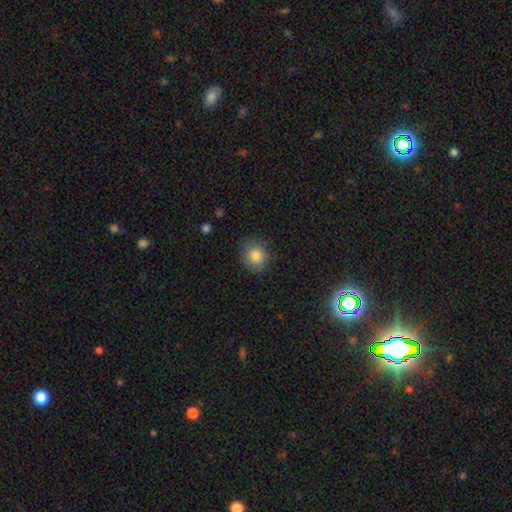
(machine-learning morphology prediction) A smooth galaxy with no disk features (84%) that is round (78%). Merging: none (82%).